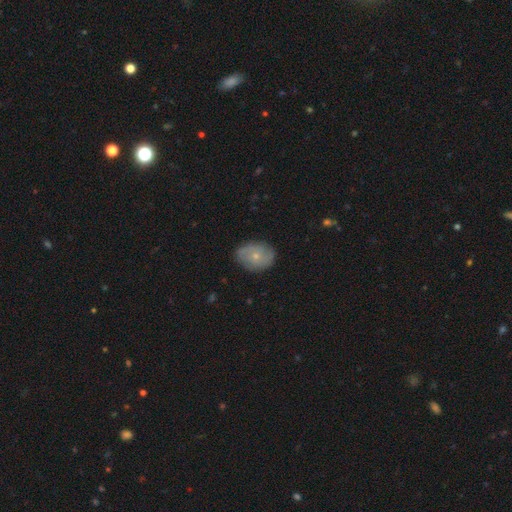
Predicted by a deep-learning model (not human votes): Smooth or featured: smooth — 52% (featured or disk — 41%)
How rounded: in between — 66% (round — 33%)
Merging: none — 78% (minor disturbance — 17%)